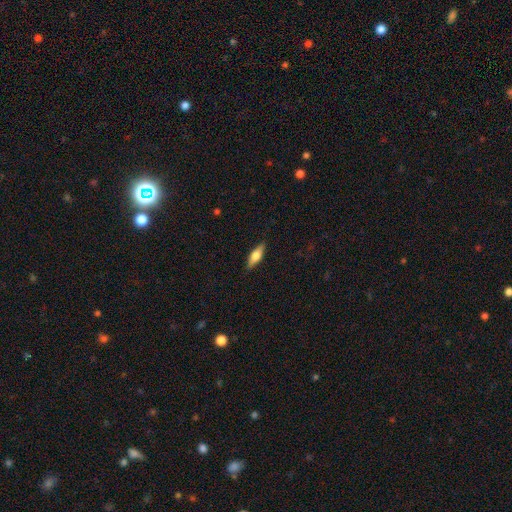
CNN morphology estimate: Q: Smooth or featured?
A: smooth (53%); runner-up: featured or disk (41%)
Q: How rounded?
A: in between (51%); runner-up: cigar-shaped (46%)
Q: Merging?
A: none (88%); runner-up: minor disturbance (9%)